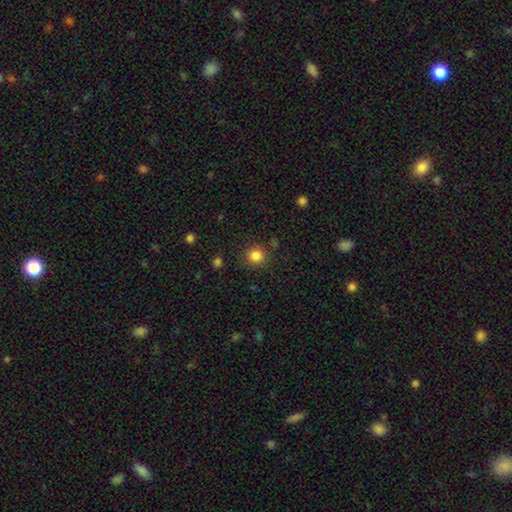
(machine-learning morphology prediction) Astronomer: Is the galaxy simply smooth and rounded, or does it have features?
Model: smooth — 84%.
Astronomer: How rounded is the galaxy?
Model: round — 93%.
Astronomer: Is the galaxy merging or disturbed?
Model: none — 88%.